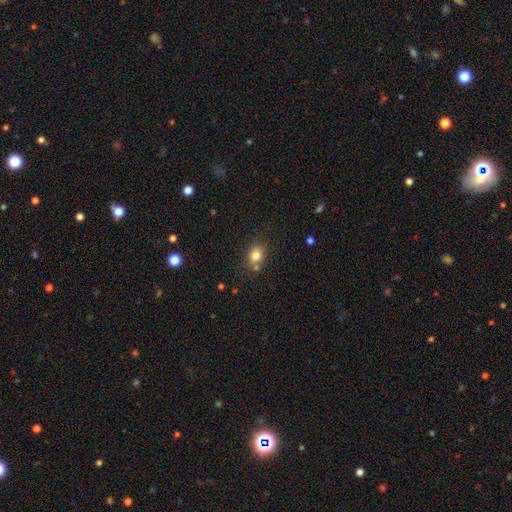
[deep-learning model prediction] Smooth or featured? smooth (80%)
How rounded? in between (54%)
Merging? none (71%)